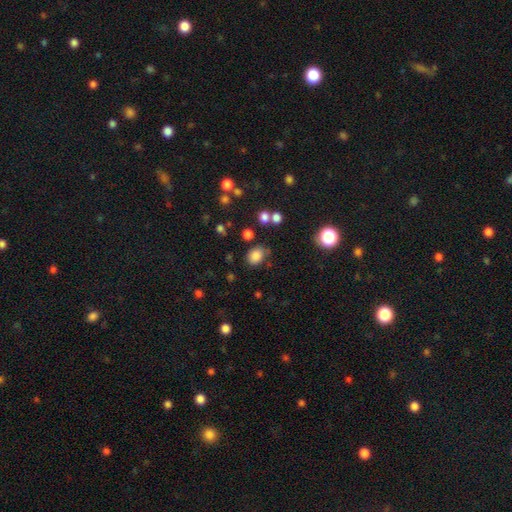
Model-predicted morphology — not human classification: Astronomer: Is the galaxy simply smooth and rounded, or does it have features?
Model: smooth — 82%.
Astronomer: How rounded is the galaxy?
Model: in between — 57% (runner-up: round, 42%).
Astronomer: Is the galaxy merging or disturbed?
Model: none — 70%.